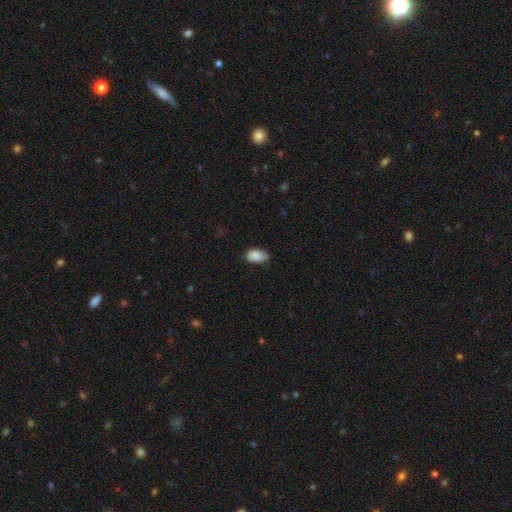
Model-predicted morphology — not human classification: smooth_or_featured: smooth (p=0.87) [alt: star or artifact p=0.07]
how_rounded: in between (p=0.91) [alt: round p=0.08]
merging: none (p=0.71) [alt: minor disturbance p=0.24]